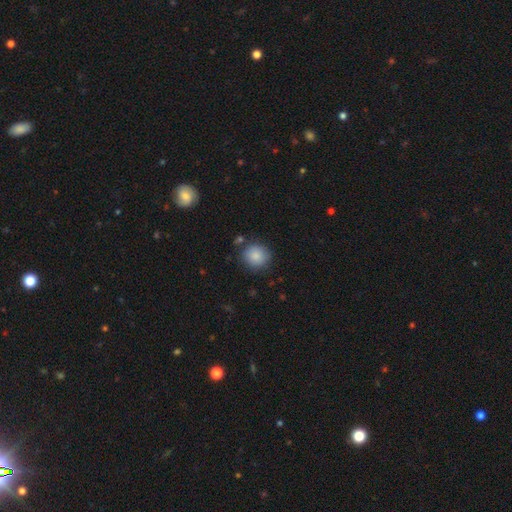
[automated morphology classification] smooth-or-featured: smooth: 87% | star or artifact: 8% | featured or disk: 5%
  how-rounded: round: 89% | in between: 10% | cigar-shaped: 1%
  merging: none: 82% | minor disturbance: 11% | merger: 4% | major disturbance: 3%